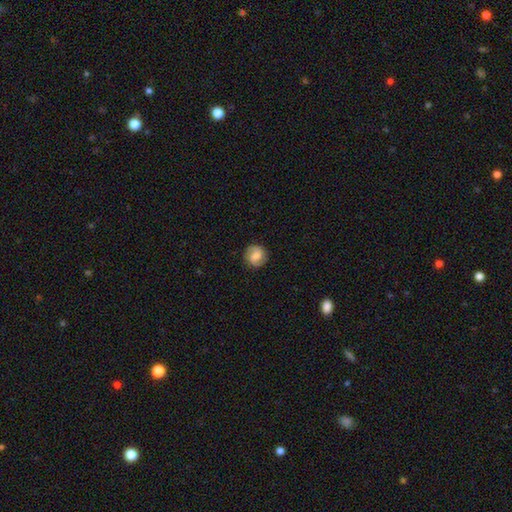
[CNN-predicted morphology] Smooth or featured: smooth — 55% (featured or disk — 37%)
How rounded: round — 84% (in between — 15%)
Merging: none — 84% (minor disturbance — 11%)